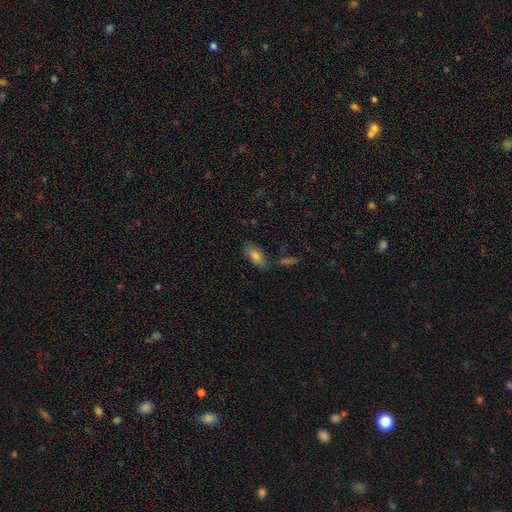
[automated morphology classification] A smooth galaxy with no disk features (79%) that is in between round and cigar-shaped (86%).

Vote fractions:
- Smooth or featured? smooth: 79% / featured or disk: 13% / star or artifact: 8%
- How rounded? in between: 86% / cigar-shaped: 11% / round: 3%
- Merging? none: 75% / minor disturbance: 14% / merger: 8% / major disturbance: 3%